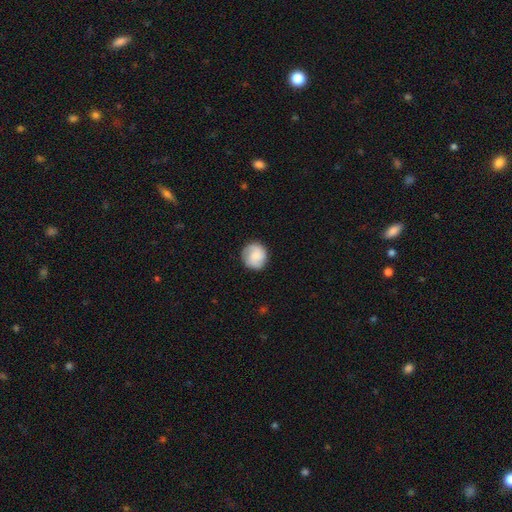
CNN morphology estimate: Smooth or featured? Predicted: smooth (p=0.62). How rounded? Predicted: round (p=0.89). Merging? Predicted: none (p=0.83).